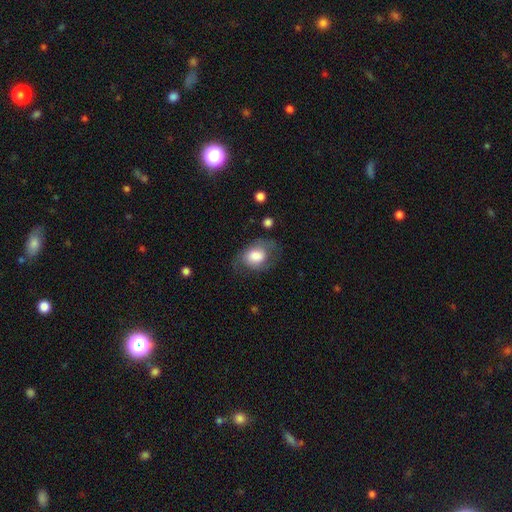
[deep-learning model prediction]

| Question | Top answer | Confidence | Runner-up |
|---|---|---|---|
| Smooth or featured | smooth | 67% | featured or disk (26%) |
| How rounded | in between | 67% | round (31%) |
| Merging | none | 50% | minor disturbance (28%) |